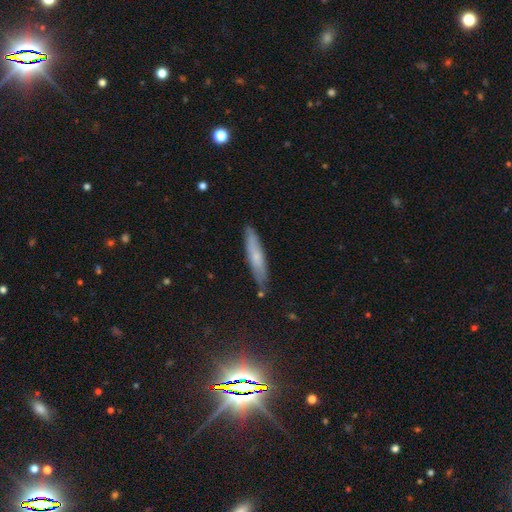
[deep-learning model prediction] Smooth or featured? smooth (57%)
How rounded? cigar-shaped (87%)
Merging? none (84%)